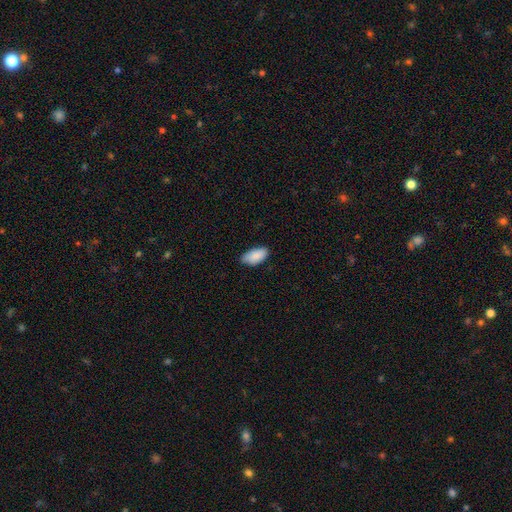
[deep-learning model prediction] smooth-or-featured: smooth: 88% | star or artifact: 6% | featured or disk: 6%
  how-rounded: in between: 94% | cigar-shaped: 4% | round: 2%
  merging: none: 78% | minor disturbance: 18% | major disturbance: 3% | merger: 1%